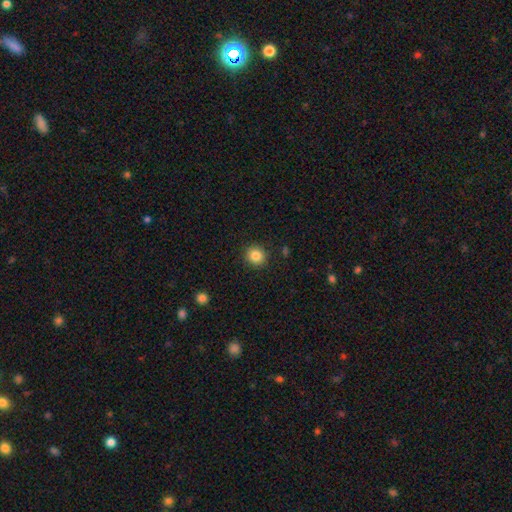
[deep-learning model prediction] This appears to be a smooth galaxy with no disk features (85%) that is round (91%). Merging: none (91%).